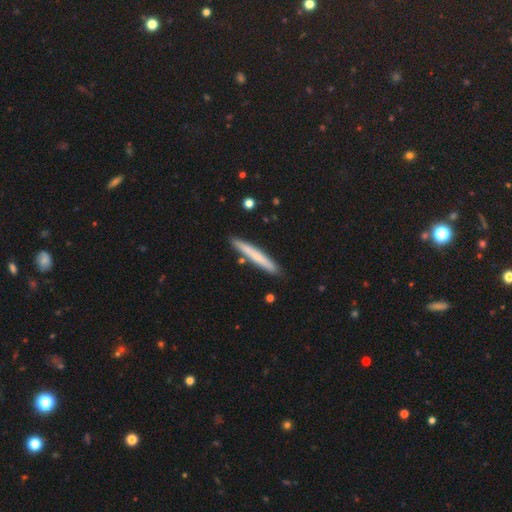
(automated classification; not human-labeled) A smooth galaxy with no disk features (63%) that is cigar-shaped (96%).

Vote fractions:
- Smooth or featured? smooth: 63% / featured or disk: 31% / star or artifact: 6%
- How rounded? cigar-shaped: 96% / in between: 3% / round: 1%
- Merging? none: 87% / minor disturbance: 8% / merger: 3% / major disturbance: 1%